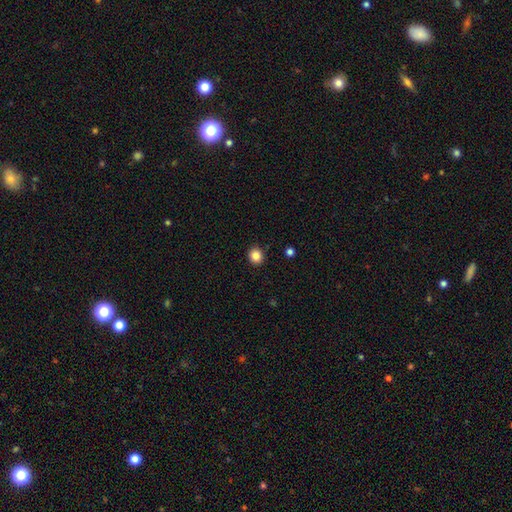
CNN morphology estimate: Overall: smooth (86%). How rounded: round (80%). Merging: none (91%).